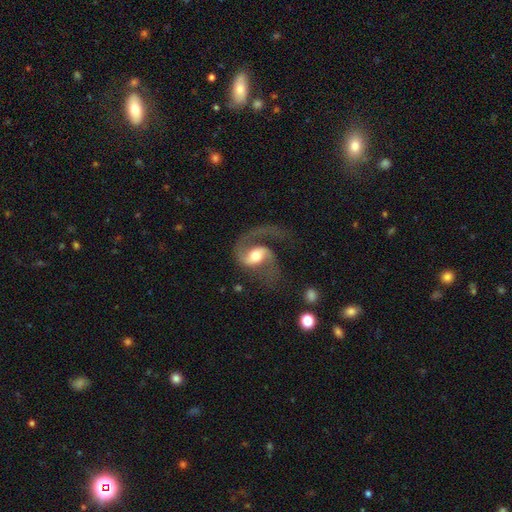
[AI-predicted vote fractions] This appears to be a featured or disk galaxy (86%) with a weak bar (46%), 2 (66%) loose (47%) spiral arms (96%) and a moderate central bulge (61%). Merging: none (47%).